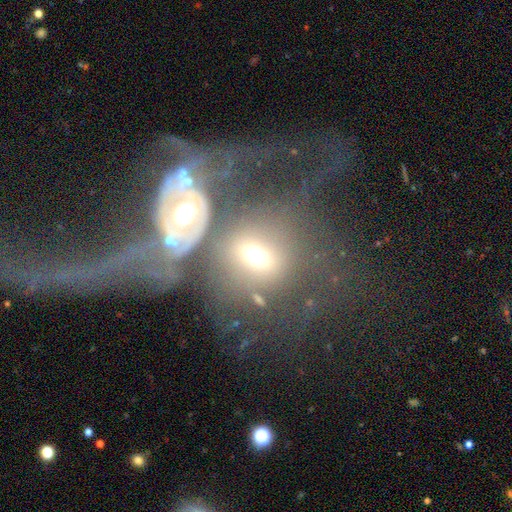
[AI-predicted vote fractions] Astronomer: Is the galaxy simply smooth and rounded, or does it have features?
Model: smooth — 55%.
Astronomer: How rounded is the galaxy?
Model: round — 59% (runner-up: in between, 39%).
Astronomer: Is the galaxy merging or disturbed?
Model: none — 44% (runner-up: merger, 28%).